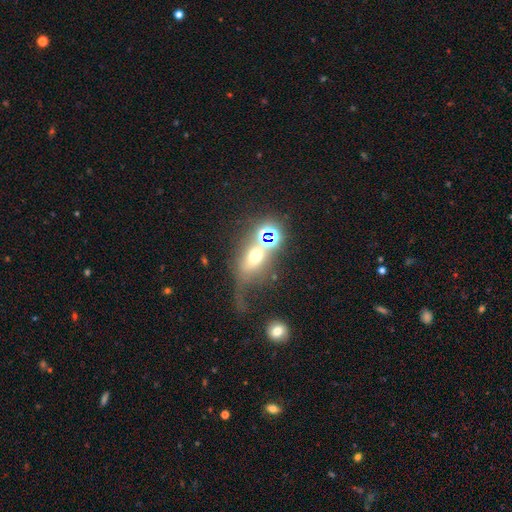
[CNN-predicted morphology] Q: Smooth or featured?
A: smooth (48%); runner-up: star or artifact (27%)
Q: Merging?
A: none (31%); runner-up: major disturbance (29%)